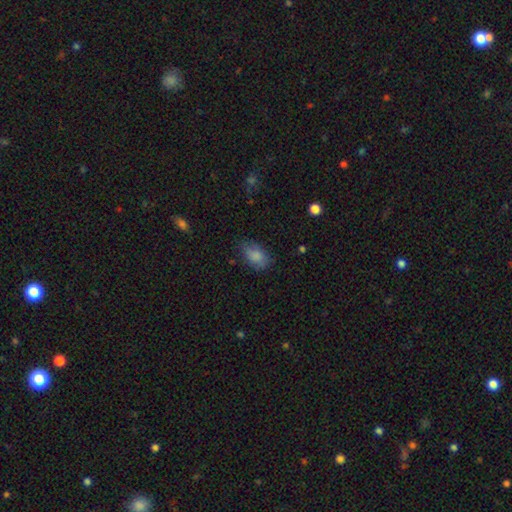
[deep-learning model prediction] smooth_or_featured: smooth (p=0.84) [alt: featured or disk p=0.08]
how_rounded: in between (p=0.87) [alt: round p=0.11]
merging: none (p=0.69) [alt: minor disturbance p=0.23]